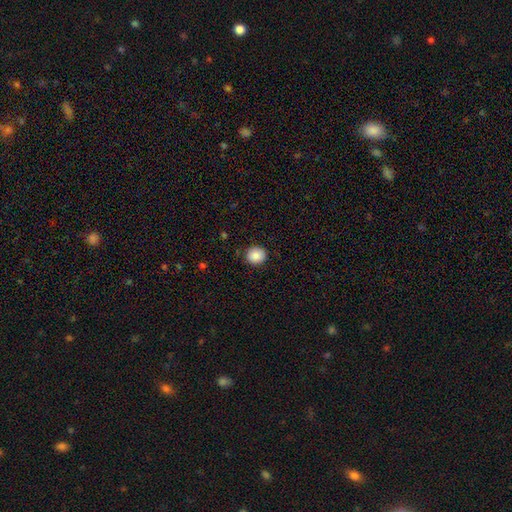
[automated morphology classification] smooth-or-featured: smooth: 86% | star or artifact: 8% | featured or disk: 6%
  how-rounded: round: 84% | in between: 15% | cigar-shaped: 1%
  merging: none: 89% | minor disturbance: 8% | major disturbance: 2% | merger: 1%